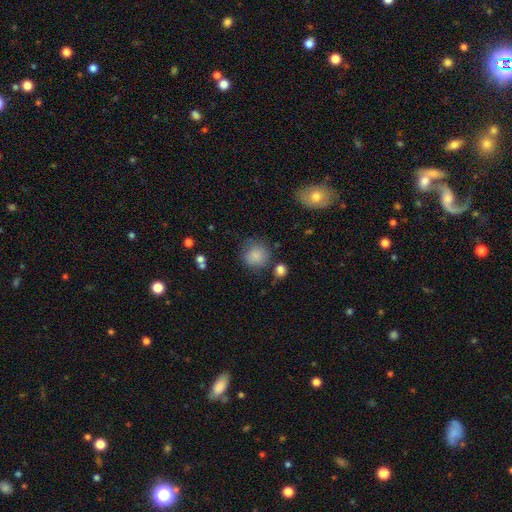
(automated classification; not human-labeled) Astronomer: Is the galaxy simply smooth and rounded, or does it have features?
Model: smooth — 84%.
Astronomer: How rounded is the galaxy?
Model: round — 88%.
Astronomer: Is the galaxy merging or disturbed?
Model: none — 73%.